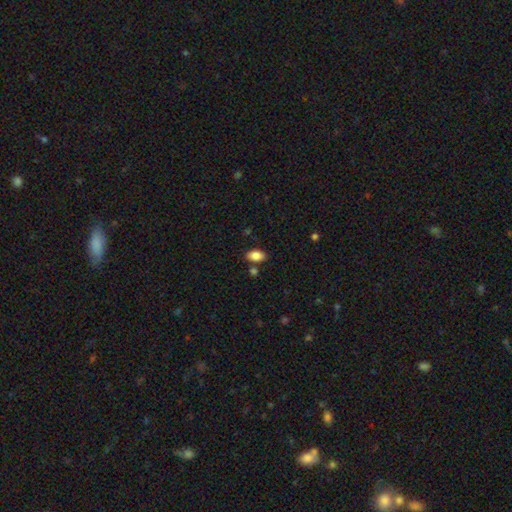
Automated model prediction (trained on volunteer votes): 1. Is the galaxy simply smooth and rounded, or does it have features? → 86% smooth, 8% star or artifact, 6% featured or disk.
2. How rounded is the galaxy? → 91% in between, 6% round, 2% cigar-shaped.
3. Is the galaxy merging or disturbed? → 80% none, 11% minor disturbance, 7% merger, 2% major disturbance.